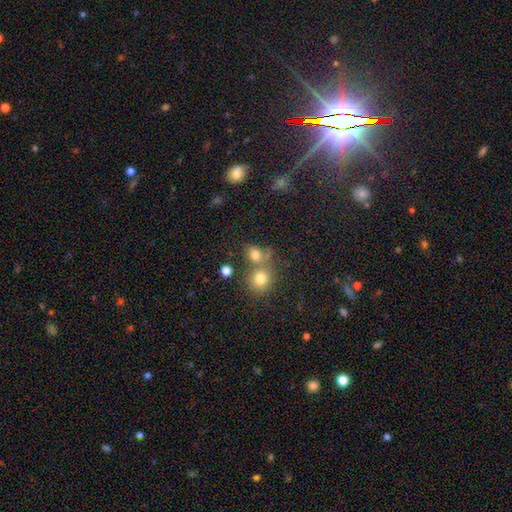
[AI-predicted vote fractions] smooth-or-featured: smooth: 71% | star or artifact: 18% | featured or disk: 11%
  how-rounded: round: 69% | in between: 30% | cigar-shaped: 1%
  merging: none: 51% | merger: 36% | minor disturbance: 9% | major disturbance: 4%